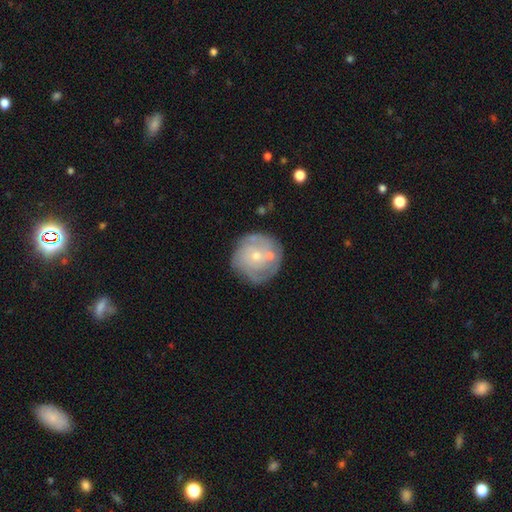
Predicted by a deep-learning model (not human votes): This is likely a featured or disk galaxy (62%). It is clearly not viewed edge-on (98%). Bar: clearly no (83%). Spiral arm pattern: likely yes (69%). Central bulge: likely small (61%). Merging: likely none (61%).